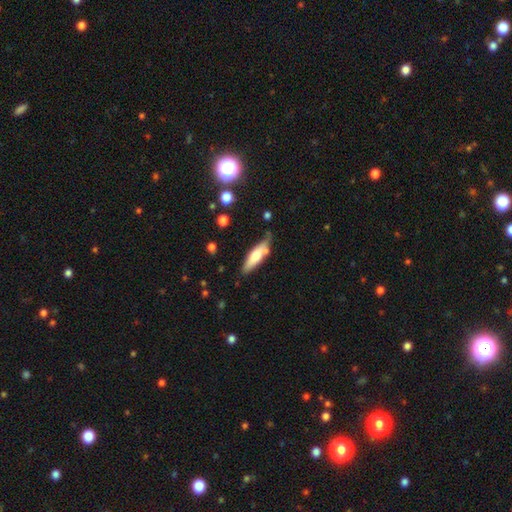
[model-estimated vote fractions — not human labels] Overall: smooth (62%; featured or disk 32%). How rounded: cigar-shaped (57%; in between 41%). Merging: none (64%).